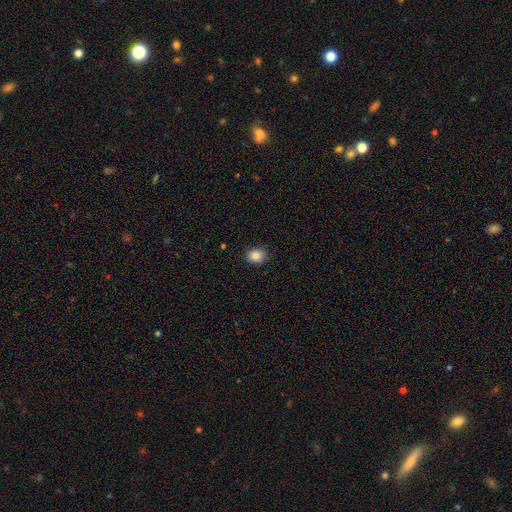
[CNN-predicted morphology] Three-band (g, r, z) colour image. It shows a smooth galaxy with no disk features (87%) that is round (51%). Merging: none (87%).